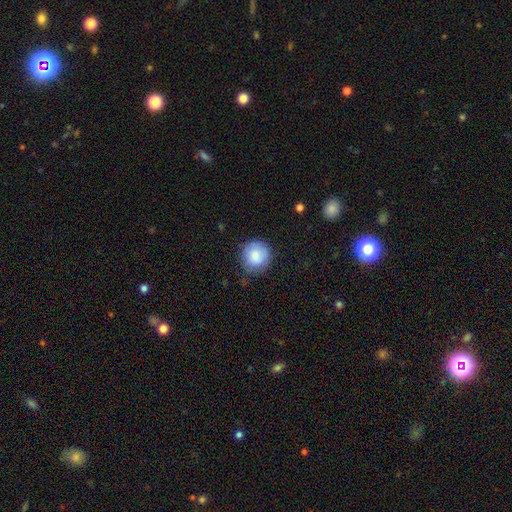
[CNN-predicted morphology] Smooth or featured?
  - smooth: 85% *
  - featured or disk: 8%
  - star or artifact: 7%
How rounded?
  - round: 92% *
  - in between: 7%
  - cigar-shaped: 1%
Merging?
  - none: 78% *
  - minor disturbance: 17%
  - major disturbance: 4%
  - merger: 1%